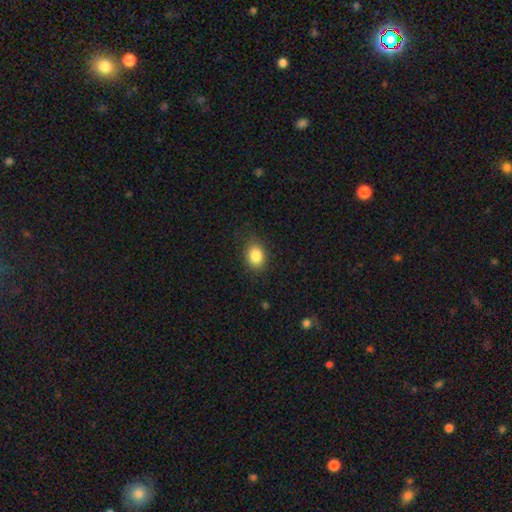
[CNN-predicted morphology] type=smooth (85%); roundness=in between (64%); merging=none (84%).